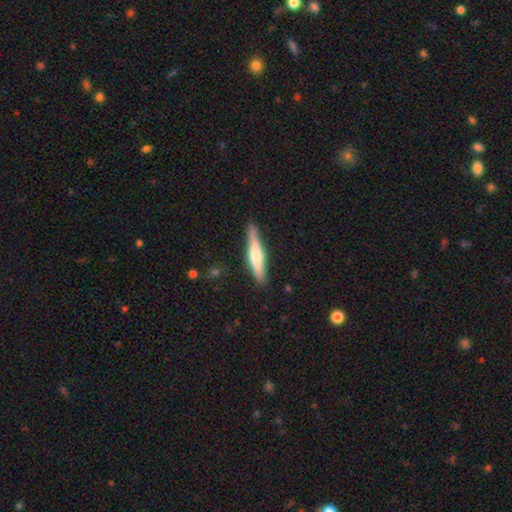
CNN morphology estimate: featured or disk 52%, smooth 43%, star or artifact 5%. Down the decision tree: edge-on disk — yes (95%); merging — none (86%).